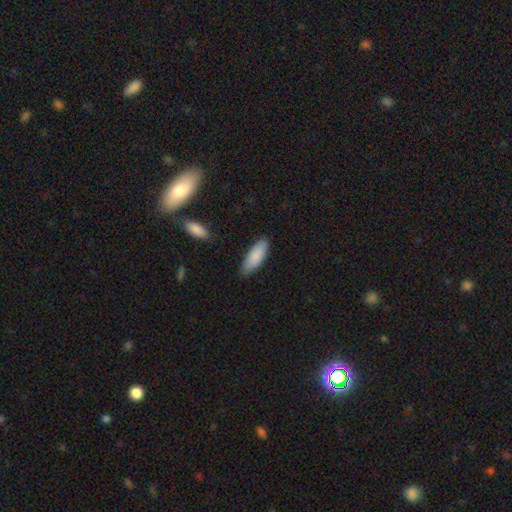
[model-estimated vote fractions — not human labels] A smooth galaxy with no disk features (87%) that is in between round and cigar-shaped (66%). Merging: none (83%).